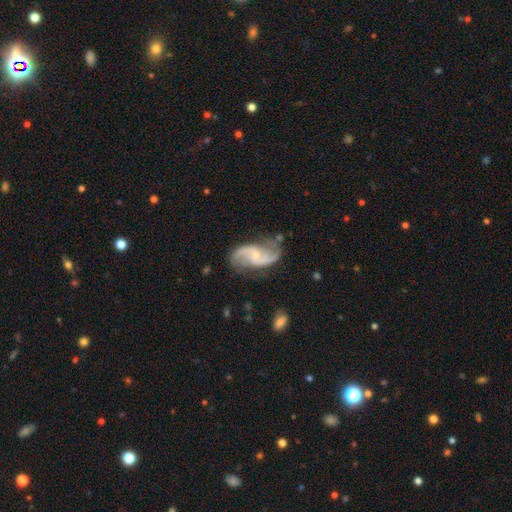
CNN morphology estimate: type=featured or disk (89%); edge-on=no (97%); bar=no (49%); spiral arms=yes (97%); winding=loose (54%); arm count=2 (92%); bulge=small (68%); merging=none (70%).